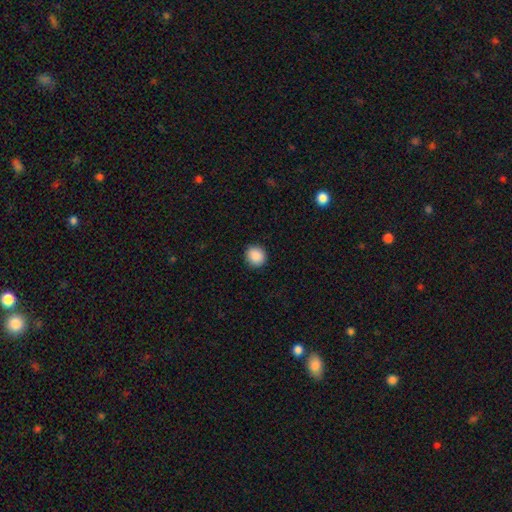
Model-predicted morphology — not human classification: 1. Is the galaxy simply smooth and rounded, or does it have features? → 89% smooth, 8% star or artifact, 2% featured or disk.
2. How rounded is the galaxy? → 88% round, 11% in between, 1% cigar-shaped.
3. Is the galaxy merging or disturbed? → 91% none, 6% minor disturbance, 2% major disturbance, 1% merger.